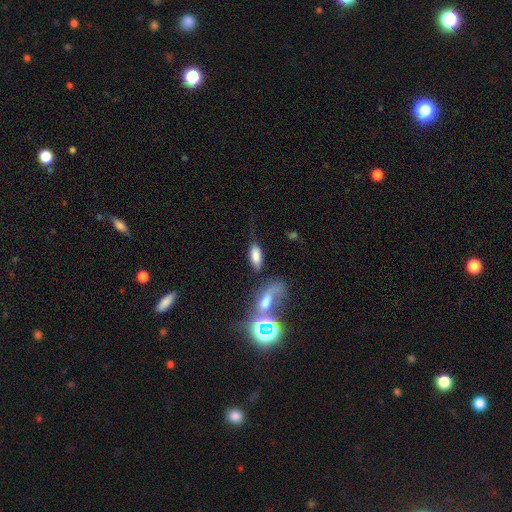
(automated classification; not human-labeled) A smooth galaxy with no disk features (77%) that is in between round and cigar-shaped (81%). Merging: none (53%).